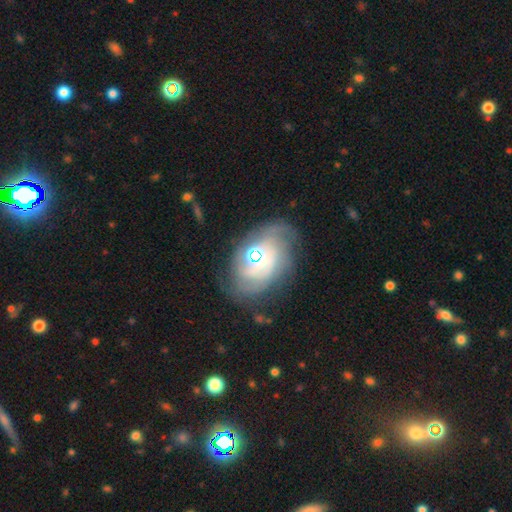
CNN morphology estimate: This appears to be a featured or disk galaxy (69%) with no bar (71%), tight (57%) spiral arms (84%) and a moderate central bulge (48%). Merging: none (60%).